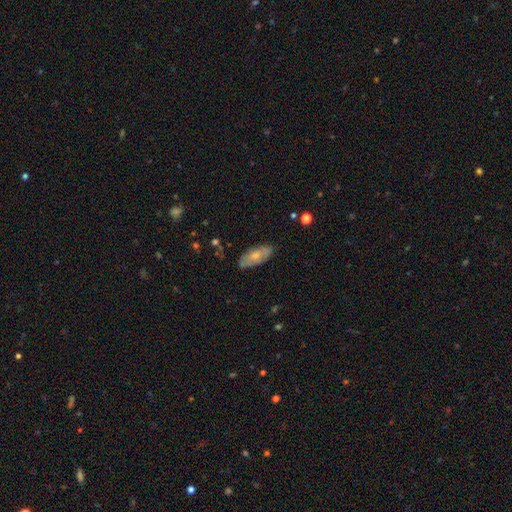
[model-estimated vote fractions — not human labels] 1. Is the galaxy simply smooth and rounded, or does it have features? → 58% smooth, 35% featured or disk, 6% star or artifact.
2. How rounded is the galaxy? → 86% in between, 11% cigar-shaped, 3% round.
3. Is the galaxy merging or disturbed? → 79% none, 16% minor disturbance, 3% major disturbance, 2% merger.